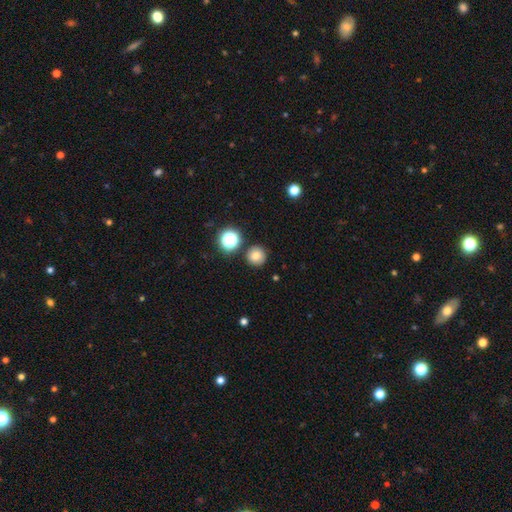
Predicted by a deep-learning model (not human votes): Q: Smooth or featured?
A: smooth (78%); runner-up: star or artifact (14%)
Q: How rounded?
A: round (94%); runner-up: in between (5%)
Q: Merging?
A: none (87%); runner-up: minor disturbance (7%)